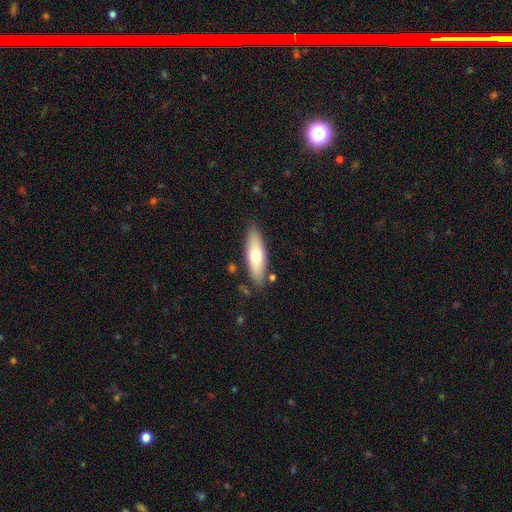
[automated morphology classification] Smooth or featured: smooth — 65% (featured or disk — 30%)
How rounded: in between — 52% (cigar-shaped — 46%)
Merging: none — 83% (minor disturbance — 11%)